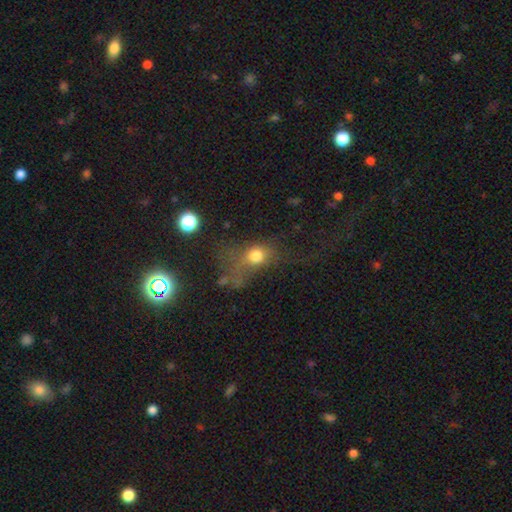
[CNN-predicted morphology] A smooth galaxy with no disk features (64%) that is round (55%). Merging: major disturbance (46%).